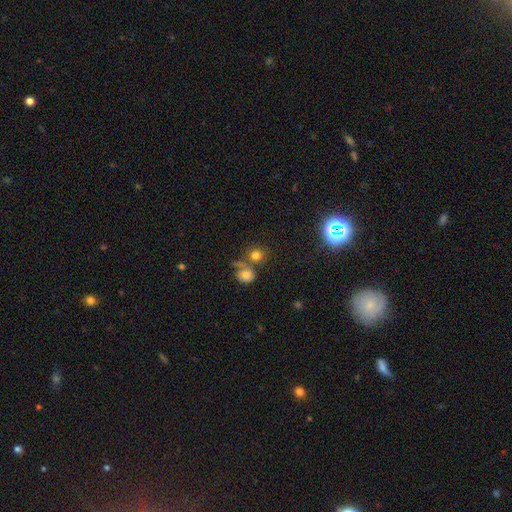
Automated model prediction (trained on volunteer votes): Smooth or featured: smooth — 75% (star or artifact — 15%)
How rounded: round — 85% (in between — 14%)
Merging: none — 57% (merger — 28%)